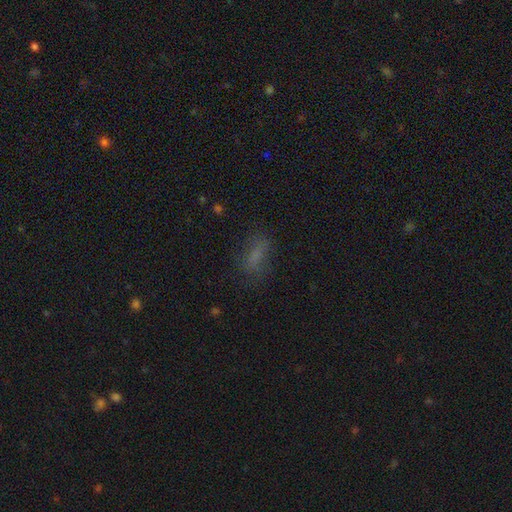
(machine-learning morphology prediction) smooth_or_featured: smooth (p=0.63) [alt: star or artifact p=0.20]
how_rounded: in between (p=0.66) [alt: cigar-shaped p=0.27]
merging: none (p=0.69) [alt: minor disturbance p=0.18]